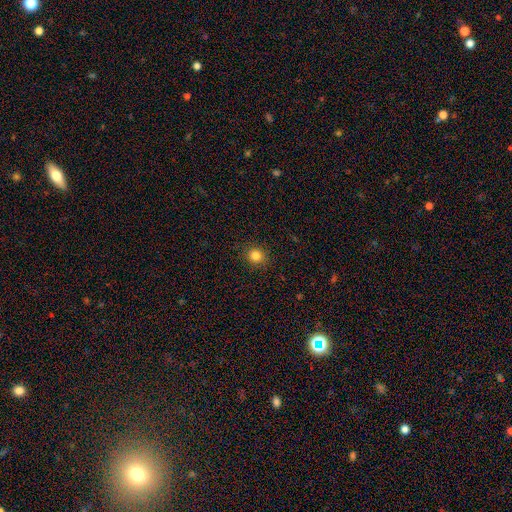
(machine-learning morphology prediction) Smooth or featured? Predicted: smooth (p=0.83). How rounded? Predicted: round (p=0.88). Merging? Predicted: none (p=0.90).